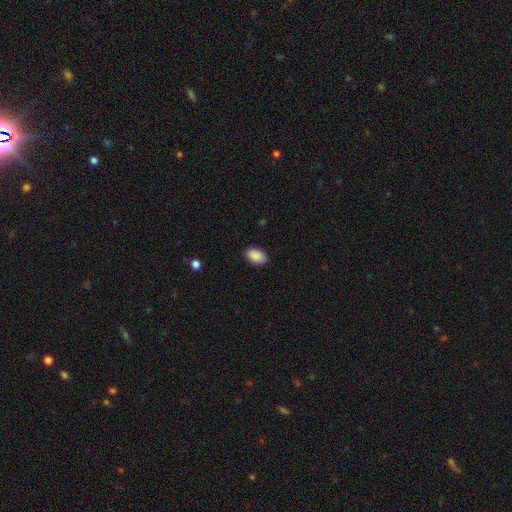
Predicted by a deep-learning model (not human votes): Smooth or featured: smooth — 90% (star or artifact — 7%)
How rounded: in between — 91% (round — 7%)
Merging: none — 88% (minor disturbance — 9%)